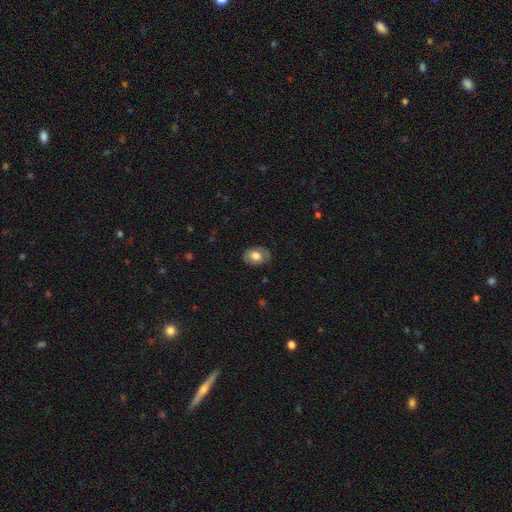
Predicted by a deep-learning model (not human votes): This is likely a smooth galaxy (61%). How rounded: likely in between (78%). Merging: likely none (78%).